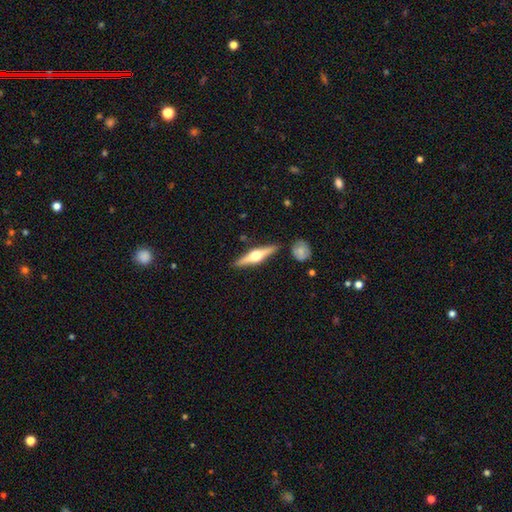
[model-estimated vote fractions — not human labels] Smooth or featured? featured or disk (70%)
Edge-on disk? yes (97%)
Edge-on bulge? rounded (95%)
Merging? none (87%)